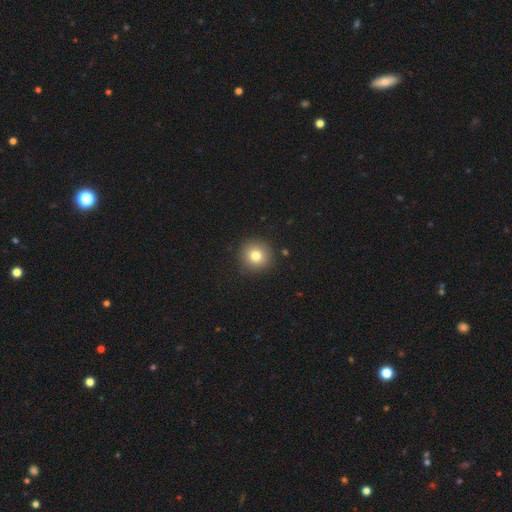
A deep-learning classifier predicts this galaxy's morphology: smooth 79%, star or artifact 11%, featured or disk 9%. Down the decision tree: how rounded — round (94%); merging — none (91%).